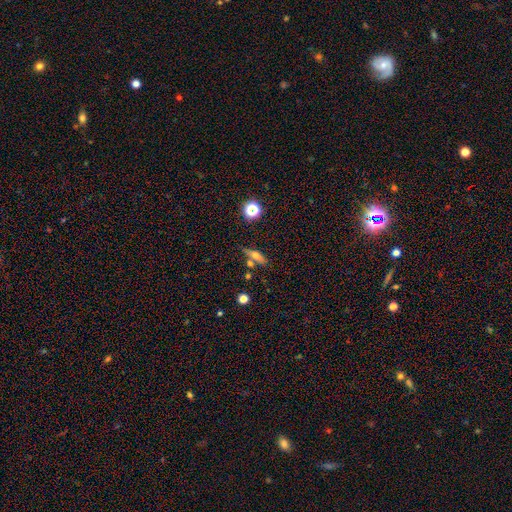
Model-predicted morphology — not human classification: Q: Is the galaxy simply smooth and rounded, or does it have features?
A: smooth — 56%.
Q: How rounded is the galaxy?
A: cigar-shaped — 54%.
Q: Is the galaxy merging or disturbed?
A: none — 63%.